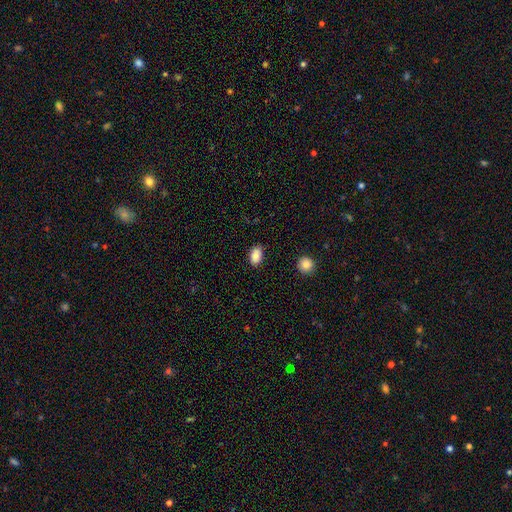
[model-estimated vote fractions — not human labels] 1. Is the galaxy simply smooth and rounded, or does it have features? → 85% smooth, 8% star or artifact, 7% featured or disk.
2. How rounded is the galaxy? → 88% in between, 10% round, 2% cigar-shaped.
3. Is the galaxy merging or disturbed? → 86% none, 10% minor disturbance, 2% major disturbance, 1% merger.